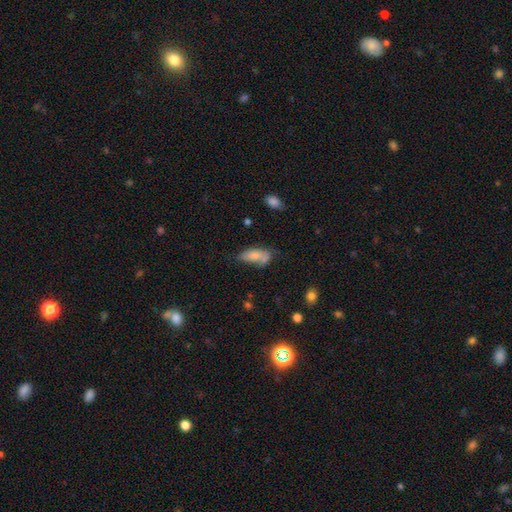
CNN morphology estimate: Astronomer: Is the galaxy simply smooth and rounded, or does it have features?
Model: smooth — 75%.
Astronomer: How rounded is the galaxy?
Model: in between — 82%.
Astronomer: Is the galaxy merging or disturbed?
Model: none — 39% (runner-up: minor disturbance, 28%).